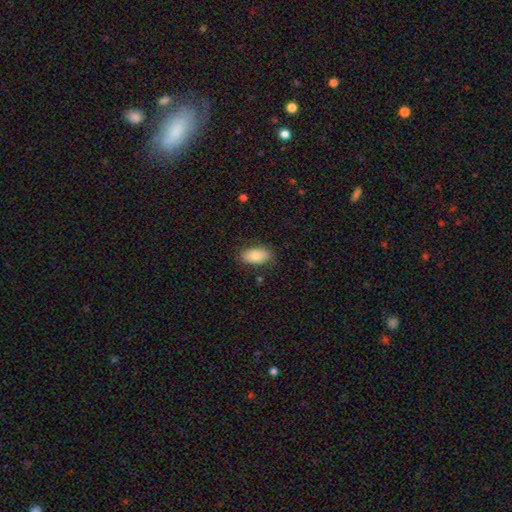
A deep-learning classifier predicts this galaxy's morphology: The model was most divided on "smooth or featured": smooth: 79%, featured or disk: 14%, star or artifact: 7%. More confident: how rounded — in between (93%); merging — none (82%).